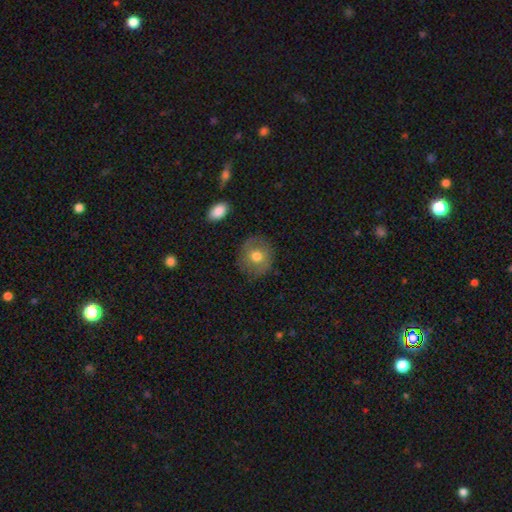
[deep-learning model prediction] A smooth galaxy with no disk features (64%) that is round (83%). Merging: none (83%).